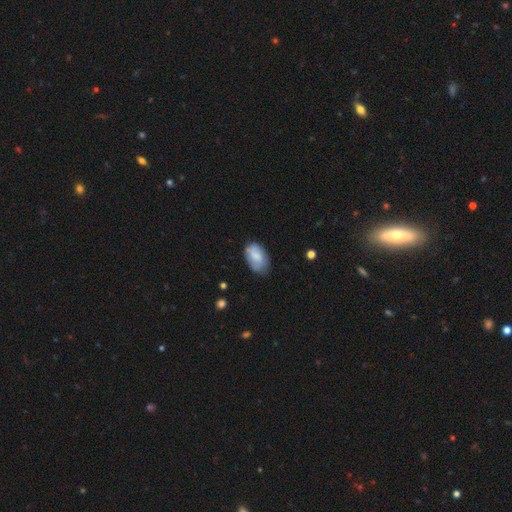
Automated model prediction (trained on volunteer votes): Morphology: type=smooth (73%); roundness=in between (93%); merging=none (64%).